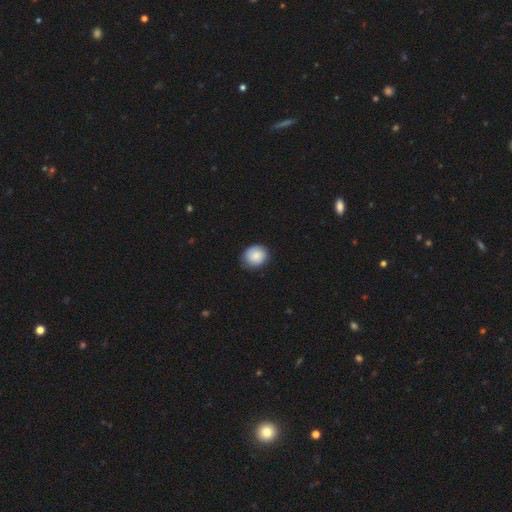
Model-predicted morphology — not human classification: The model was most divided on "how rounded": round: 74%, in between: 25%, cigar-shaped: 1%. More confident: smooth or featured — smooth (87%); merging — none (80%).